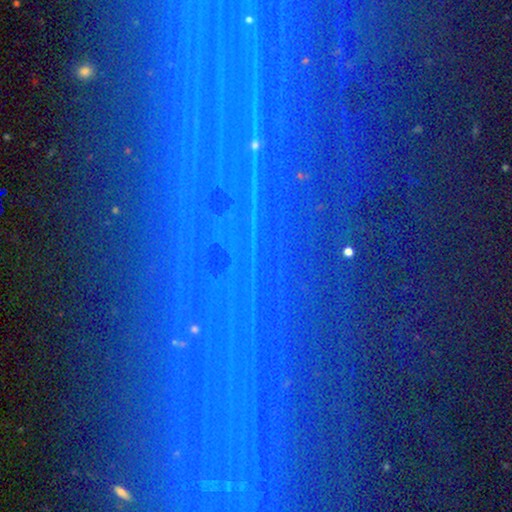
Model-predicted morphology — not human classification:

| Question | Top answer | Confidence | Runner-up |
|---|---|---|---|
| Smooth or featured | star or artifact | 81% | featured or disk (10%) |